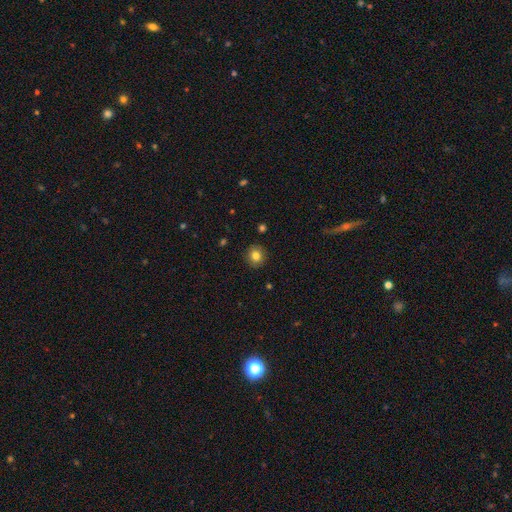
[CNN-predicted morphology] A smooth galaxy with no disk features (82%) that is round (90%).

Vote fractions:
- Smooth or featured? smooth: 82% / star or artifact: 11% / featured or disk: 8%
- How rounded? round: 90% / in between: 9% / cigar-shaped: 1%
- Merging? none: 91% / minor disturbance: 6% / major disturbance: 2% / merger: 1%